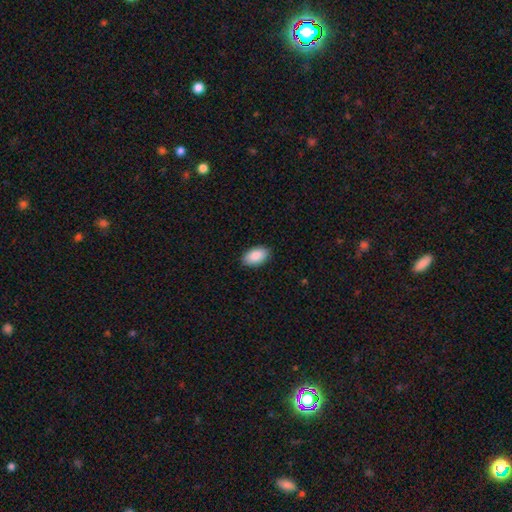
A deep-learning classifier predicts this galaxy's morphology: This appears to be a smooth galaxy with no disk features (89%) that is in between round and cigar-shaped (95%). Merging: none (89%).